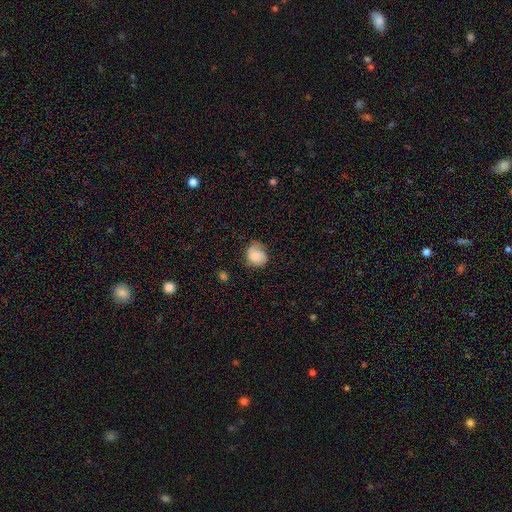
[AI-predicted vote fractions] Q: Smooth or featured?
A: smooth (68%); runner-up: featured or disk (23%)
Q: How rounded?
A: round (66%); runner-up: in between (33%)
Q: Merging?
A: none (51%); runner-up: minor disturbance (33%)